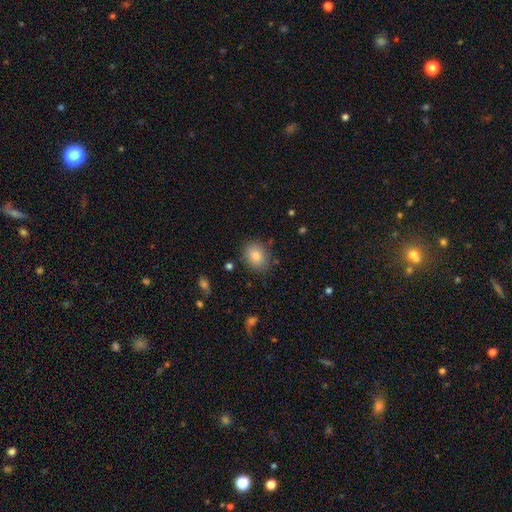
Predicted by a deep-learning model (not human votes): smooth 84%, star or artifact 9%, featured or disk 7%. Down the decision tree: how rounded — in between (50%); merging — none (83%).